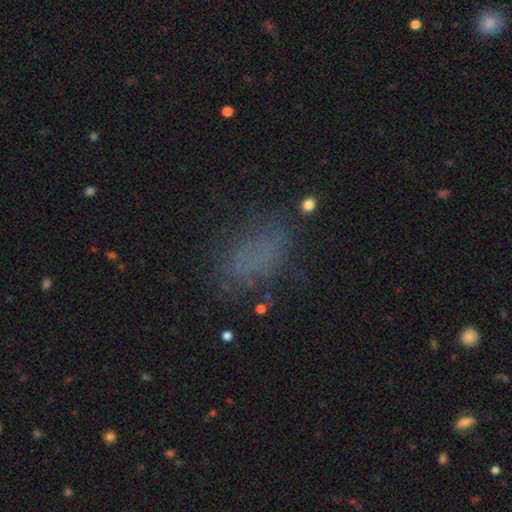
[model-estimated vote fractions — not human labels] The model was most divided on "smooth or featured": smooth: 66%, star or artifact: 21%, featured or disk: 13%. More confident: how rounded — in between (84%); merging — none (65%).